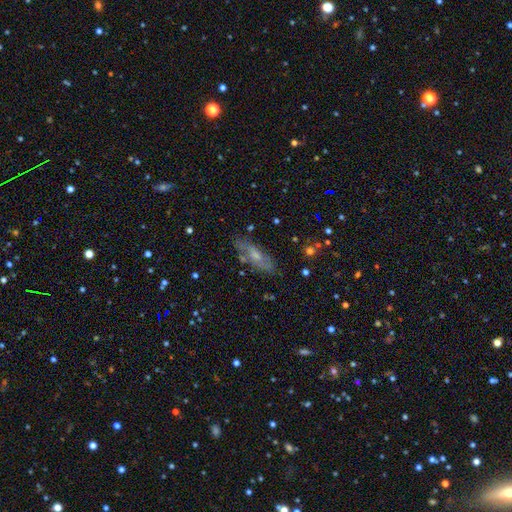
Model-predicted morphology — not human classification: Smooth or featured?
  - featured or disk: 52% *
  - smooth: 38%
  - star or artifact: 10%
Edge-on disk?
  - no: 69% *
  - yes: 31%
Merging?
  - none: 73% *
  - minor disturbance: 18%
  - major disturbance: 6%
  - merger: 3%